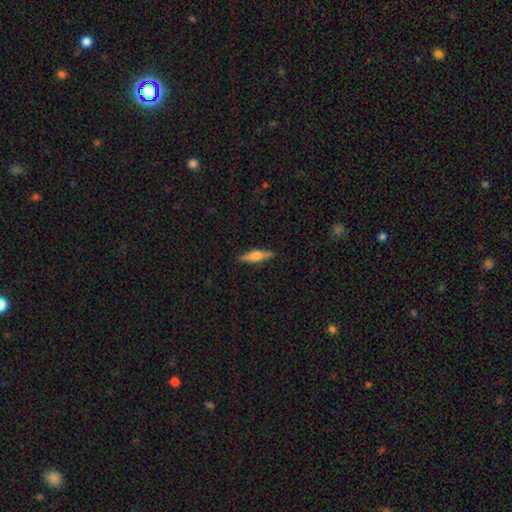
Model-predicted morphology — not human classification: Overall: featured or disk (49%; smooth 45%). Merging: none (89%).